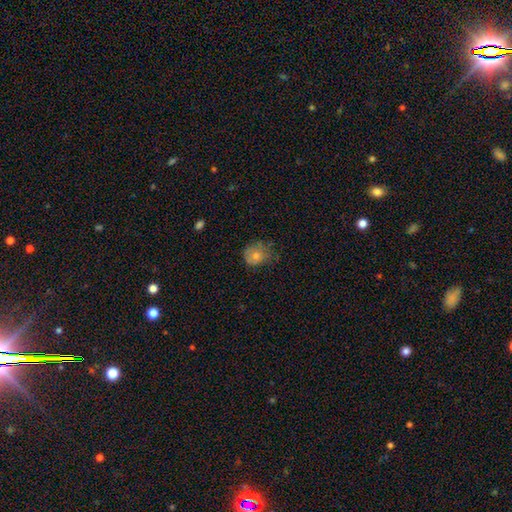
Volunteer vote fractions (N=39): smooth-or-featured: smooth: 82% | featured or disk: 18% | star or artifact: 0%
  how-rounded: in between: 53% | round: 47% | cigar-shaped: 0%
  merging: none: 38% (tied) | minor disturbance: 38% (tied) | major disturbance: 23% | merger: 0%